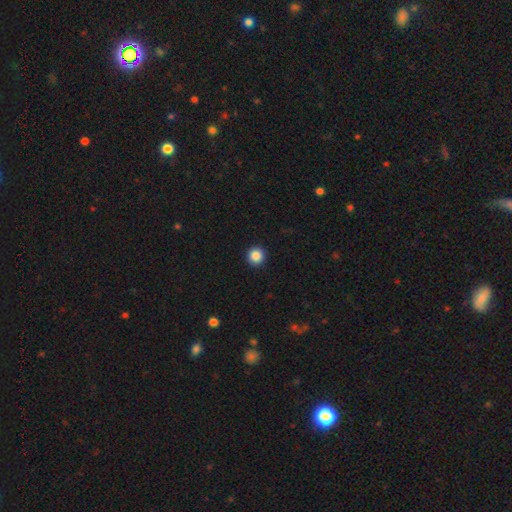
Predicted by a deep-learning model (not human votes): smooth-or-featured: smooth: 87% | star or artifact: 10% | featured or disk: 3%
  how-rounded: round: 94% | in between: 5% | cigar-shaped: 1%
  merging: none: 93% | minor disturbance: 4% | major disturbance: 1% | merger: 1%